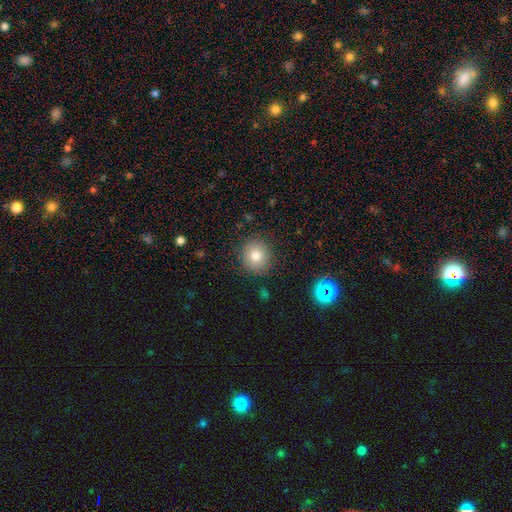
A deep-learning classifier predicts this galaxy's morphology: This appears to be a smooth galaxy with no disk features (79%) that is round (87%). Merging: none (88%).